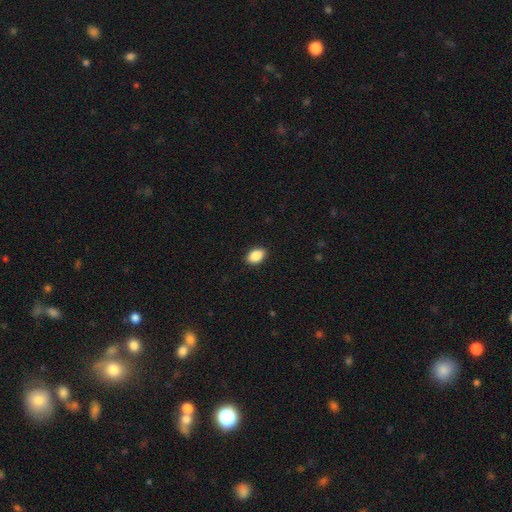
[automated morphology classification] smooth-or-featured: smooth: 88% | star or artifact: 8% | featured or disk: 4%
  how-rounded: in between: 86% | round: 12% | cigar-shaped: 1%
  merging: none: 89% | minor disturbance: 8% | major disturbance: 2% | merger: 1%